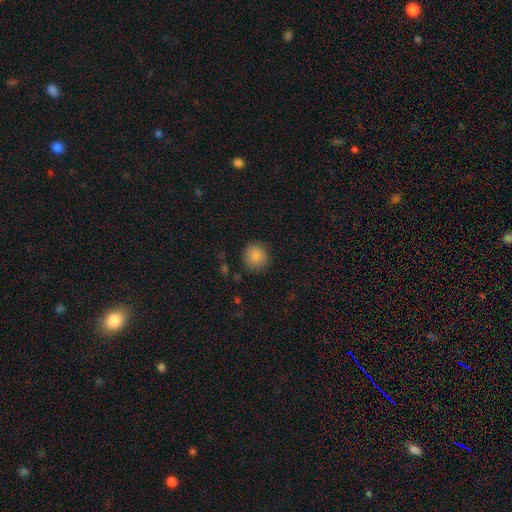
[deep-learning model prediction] Morphology: type=smooth (87%); roundness=round (93%); merging=none (88%).